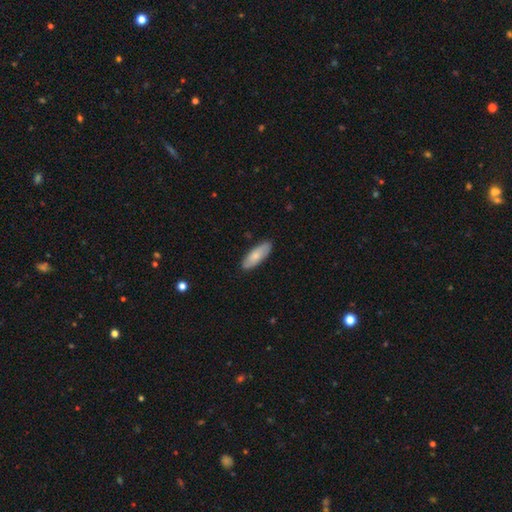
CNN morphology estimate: Smooth or featured? smooth (74%)
How rounded? in between (69%)
Merging? none (87%)